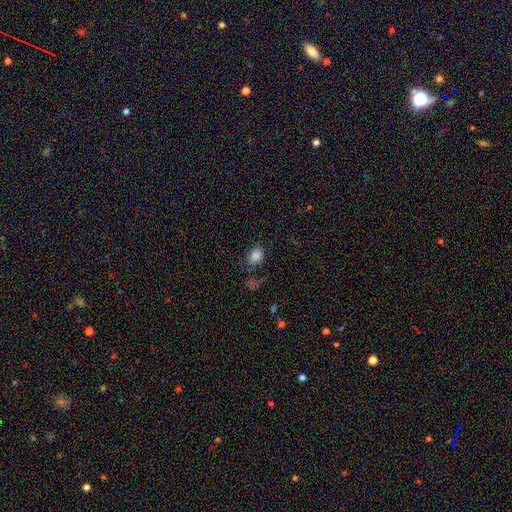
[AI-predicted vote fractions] Morphology: type=smooth (82%); roundness=in between (66%); merging=none (67%).